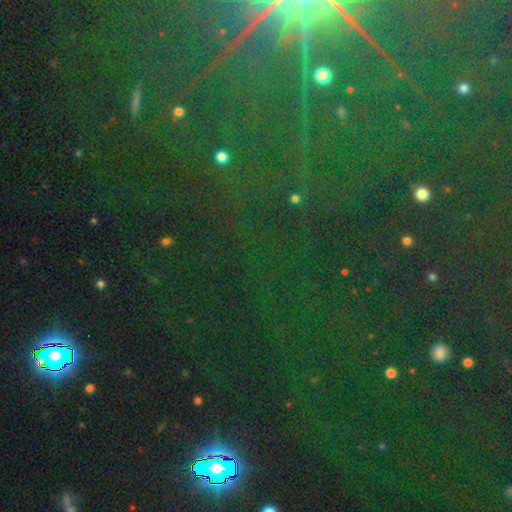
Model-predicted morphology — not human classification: Q: Smooth or featured?
A: star or artifact (84%); runner-up: smooth (9%)